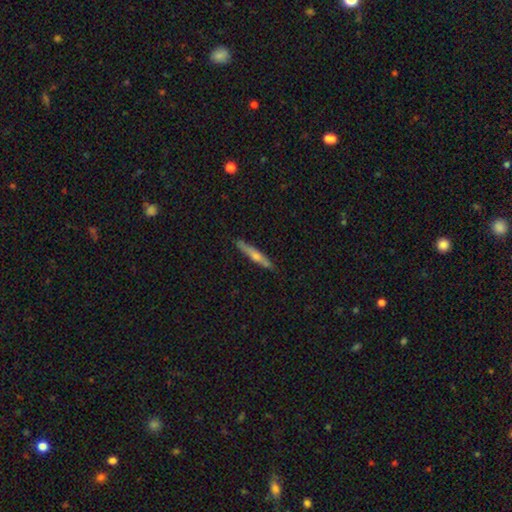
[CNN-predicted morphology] A featured or disk galaxy (50%) viewed edge-on (94%). Merging: none (86%).